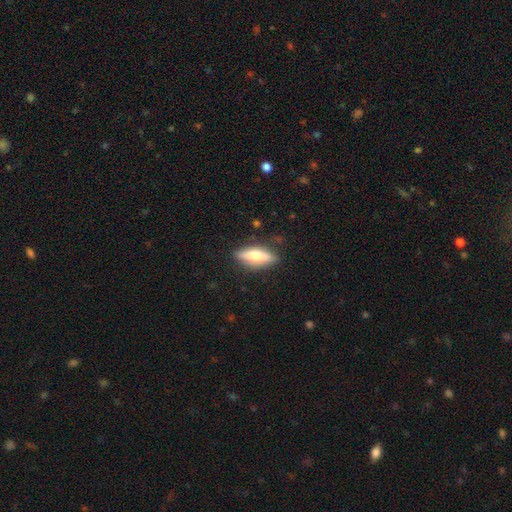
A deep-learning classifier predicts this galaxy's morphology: Smooth or featured? Predicted: smooth (p=0.55). How rounded? Predicted: in between (p=0.51). Merging? Predicted: none (p=0.83).